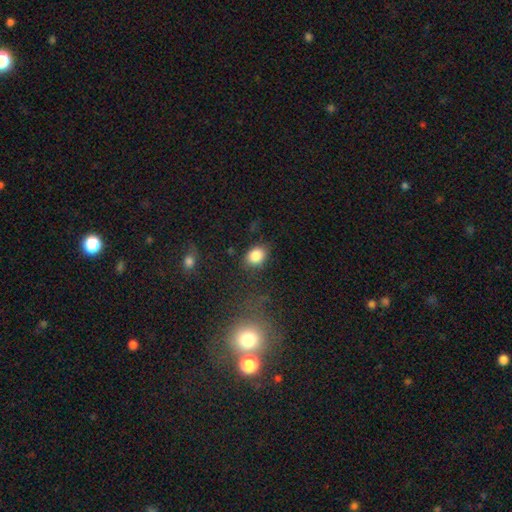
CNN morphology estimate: A smooth galaxy with no disk features (84%) that is in between round and cigar-shaped (65%).

Vote fractions:
- Smooth or featured? smooth: 84% / star or artifact: 10% / featured or disk: 6%
- How rounded? in between: 65% / round: 33% / cigar-shaped: 1%
- Merging? none: 79% / minor disturbance: 15% / major disturbance: 4% / merger: 3%